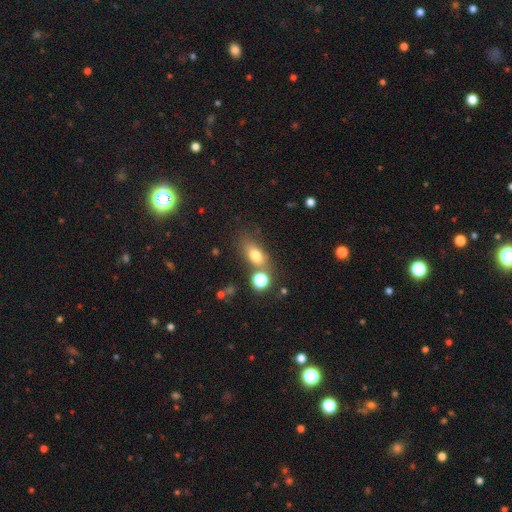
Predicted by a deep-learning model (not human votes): Smooth or featured?
  - smooth: 74% *
  - featured or disk: 13%
  - star or artifact: 13%
How rounded?
  - in between: 74% *
  - round: 16%
  - cigar-shaped: 9%
Merging?
  - none: 62% *
  - merger: 16%
  - minor disturbance: 15%
  - major disturbance: 7%